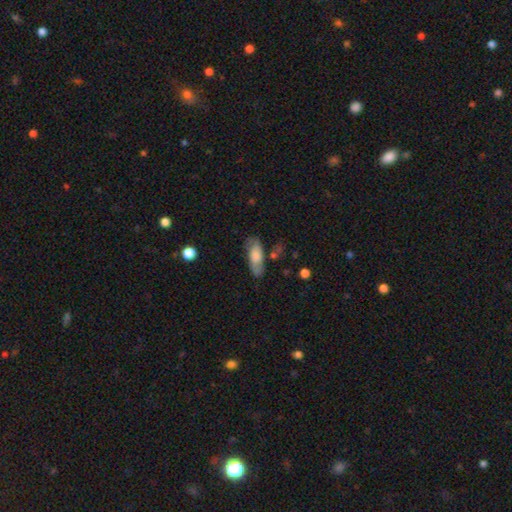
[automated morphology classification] smooth 63%, featured or disk 30%, star or artifact 7%. Down the decision tree: how rounded — in between (75%); merging — none (69%).